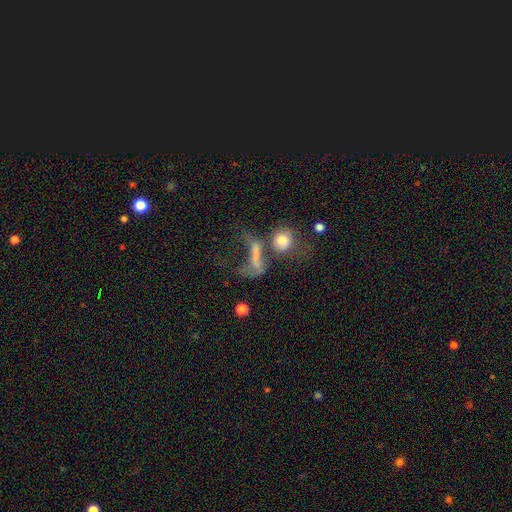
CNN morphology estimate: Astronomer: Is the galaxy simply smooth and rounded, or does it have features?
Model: smooth — 52% (runner-up: featured or disk, 32%).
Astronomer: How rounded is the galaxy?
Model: in between — 49% (runner-up: round, 31%).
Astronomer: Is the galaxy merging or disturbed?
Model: major disturbance — 35%, tied with merger at 35%.